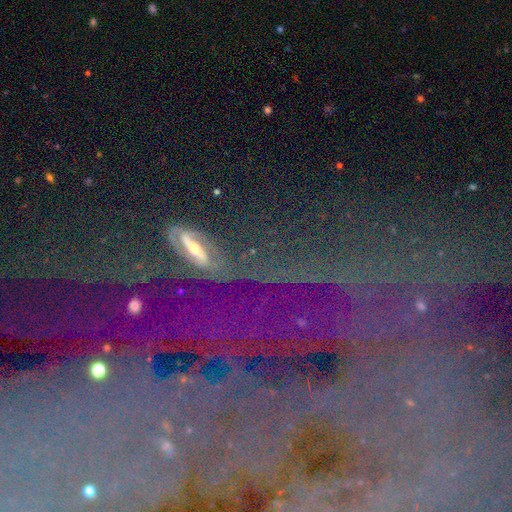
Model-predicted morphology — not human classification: Smooth or featured?
  - star or artifact: 44% *
  - featured or disk: 38%
  - smooth: 18%